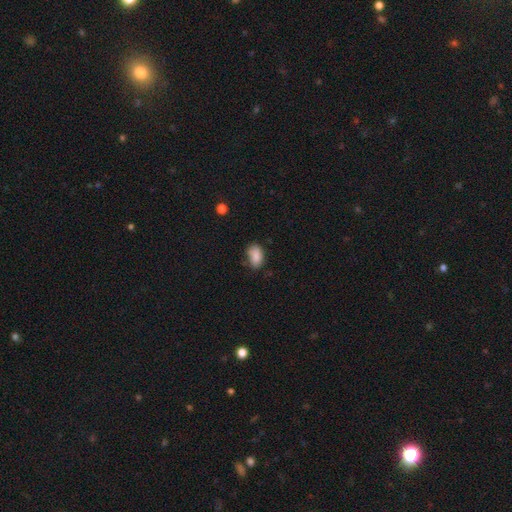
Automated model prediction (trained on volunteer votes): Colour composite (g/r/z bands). It shows a smooth galaxy with no disk features (85%) that is in between round and cigar-shaped (90%). Merging: none (62%).